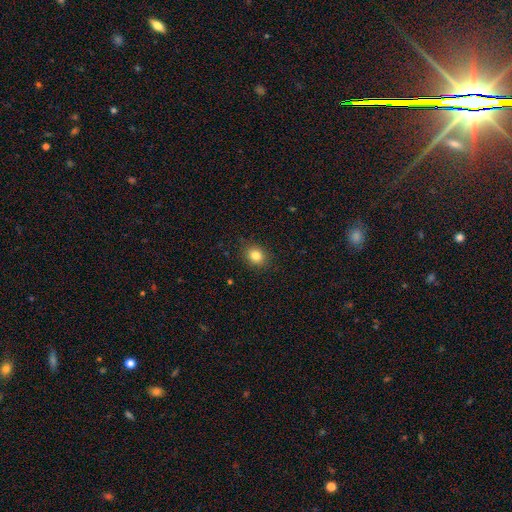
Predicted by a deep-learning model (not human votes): Smooth or featured? smooth (82%)
How rounded? round (63%)
Merging? none (88%)